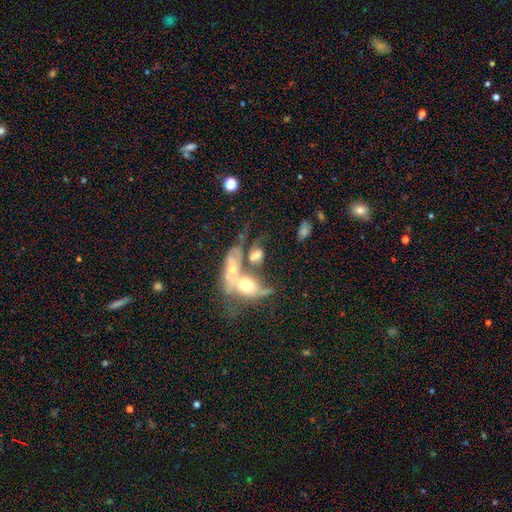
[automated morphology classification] Q: Smooth or featured?
A: featured or disk (48%); runner-up: smooth (39%)
Q: Merging?
A: merger (62%); runner-up: none (14%)